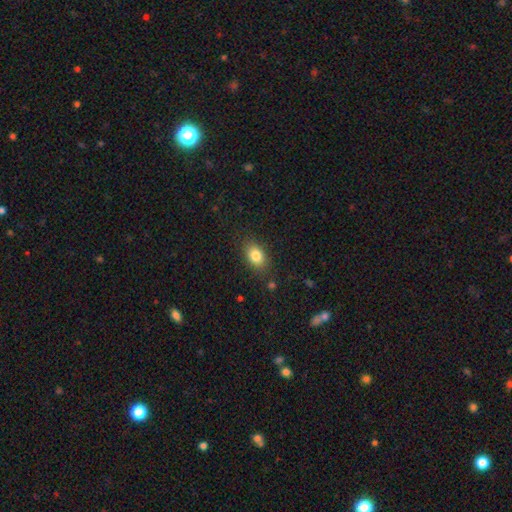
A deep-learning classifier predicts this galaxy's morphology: smooth 83%, star or artifact 9%, featured or disk 8%. Down the decision tree: how rounded — in between (80%); merging — none (83%).